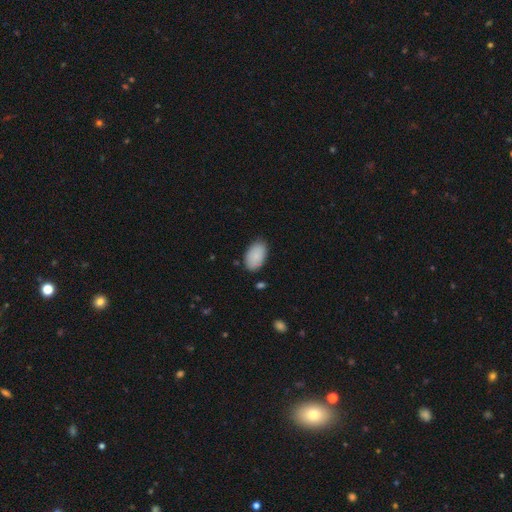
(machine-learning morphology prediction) A smooth galaxy with no disk features (86%) that is in between round and cigar-shaped (93%).

Vote fractions:
- Smooth or featured? smooth: 86% / featured or disk: 8% / star or artifact: 6%
- How rounded? in between: 93% / round: 5% / cigar-shaped: 1%
- Merging? none: 81% / minor disturbance: 15% / major disturbance: 3% / merger: 2%